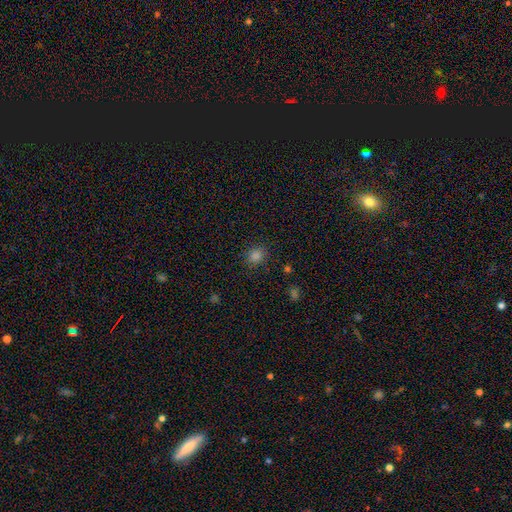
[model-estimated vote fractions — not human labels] Smooth or featured? smooth (80%)
How rounded? round (74%)
Merging? none (88%)